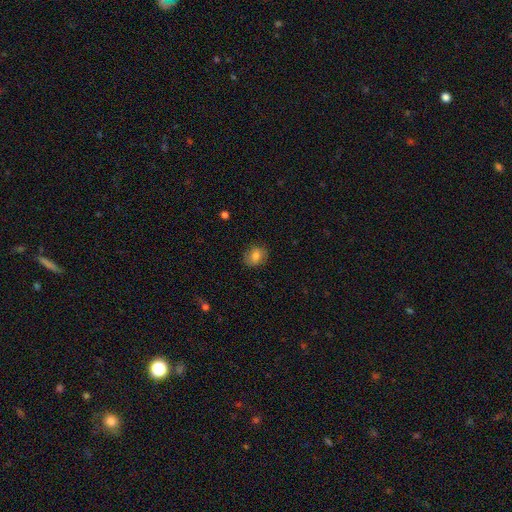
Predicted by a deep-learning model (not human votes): A smooth galaxy with no disk features (76%) that is round (51%). Merging: none (79%).